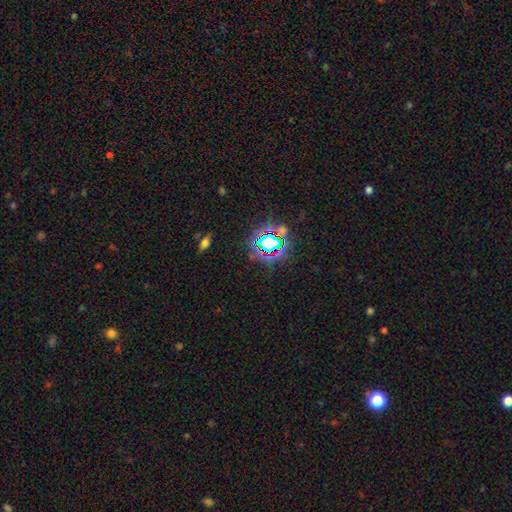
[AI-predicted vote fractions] Smooth or featured?
  - star or artifact: 70% *
  - smooth: 20%
  - featured or disk: 11%